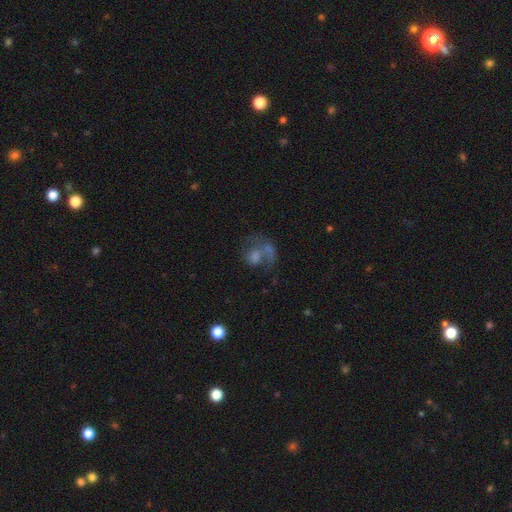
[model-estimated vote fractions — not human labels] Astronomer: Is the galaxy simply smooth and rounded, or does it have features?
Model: featured or disk — 46% (runner-up: smooth, 37%).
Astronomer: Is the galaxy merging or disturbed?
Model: none — 30% (runner-up: major disturbance, 29%).